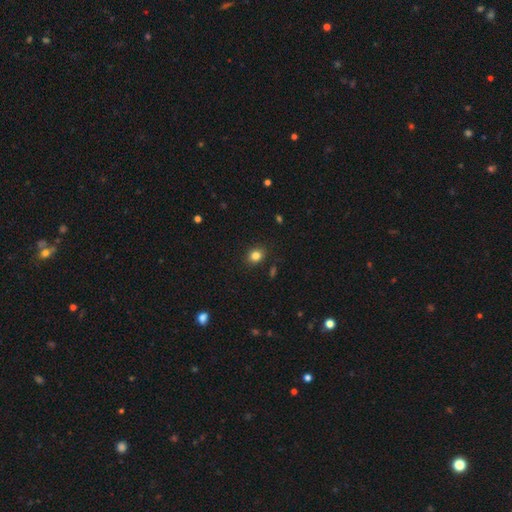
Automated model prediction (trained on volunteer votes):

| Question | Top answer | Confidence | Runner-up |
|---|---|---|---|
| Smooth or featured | smooth | 83% | star or artifact (11%) |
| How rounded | round | 55% | in between (45%) |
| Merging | none | 88% | minor disturbance (8%) |